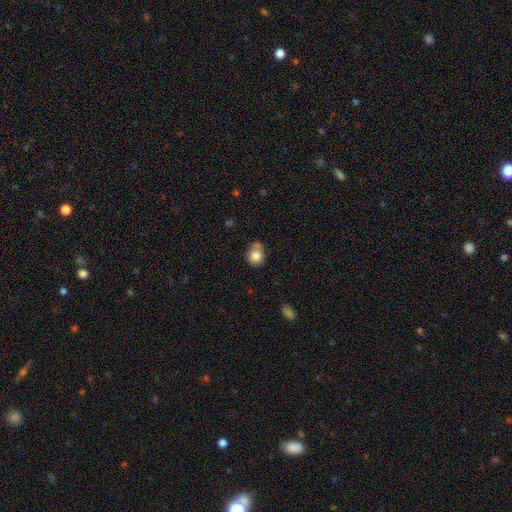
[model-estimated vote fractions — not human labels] Q: Smooth or featured?
A: smooth (81%); runner-up: star or artifact (10%)
Q: How rounded?
A: round (70%); runner-up: in between (29%)
Q: Merging?
A: none (54%); runner-up: minor disturbance (24%)